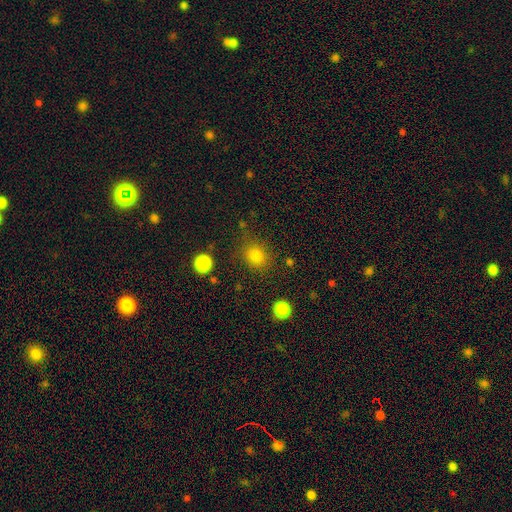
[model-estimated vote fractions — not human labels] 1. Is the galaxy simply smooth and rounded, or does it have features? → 81% smooth, 14% star or artifact, 5% featured or disk.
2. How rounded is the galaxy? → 72% round, 27% in between, 1% cigar-shaped.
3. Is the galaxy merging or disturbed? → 81% none, 12% minor disturbance, 4% major disturbance, 3% merger.